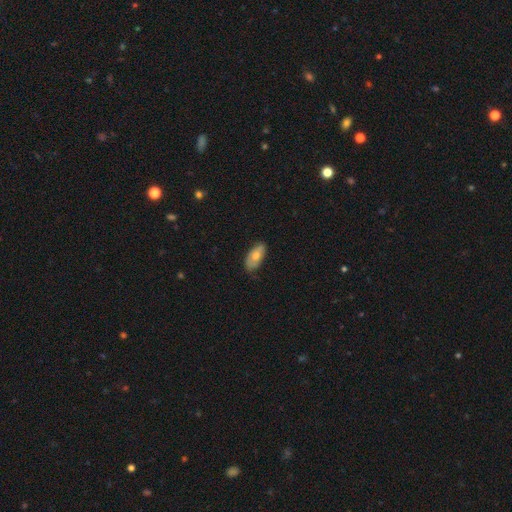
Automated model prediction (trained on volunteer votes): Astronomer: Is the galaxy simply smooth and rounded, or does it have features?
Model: smooth — 64%.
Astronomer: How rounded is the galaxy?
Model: in between — 90%.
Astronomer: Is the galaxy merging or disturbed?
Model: none — 77%.